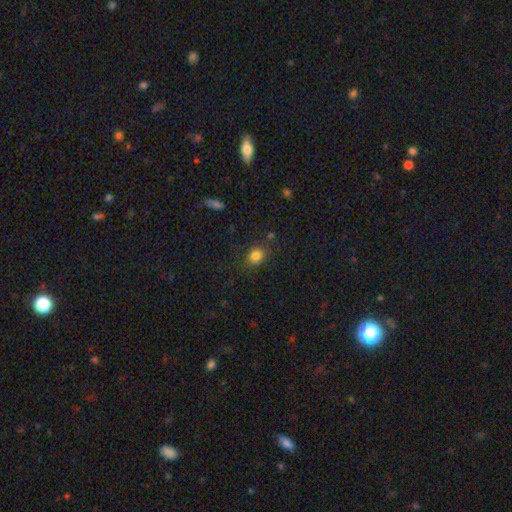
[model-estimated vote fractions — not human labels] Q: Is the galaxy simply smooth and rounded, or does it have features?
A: smooth — 82%.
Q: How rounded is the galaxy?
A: round — 60%.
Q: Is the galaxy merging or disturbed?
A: none — 80%.